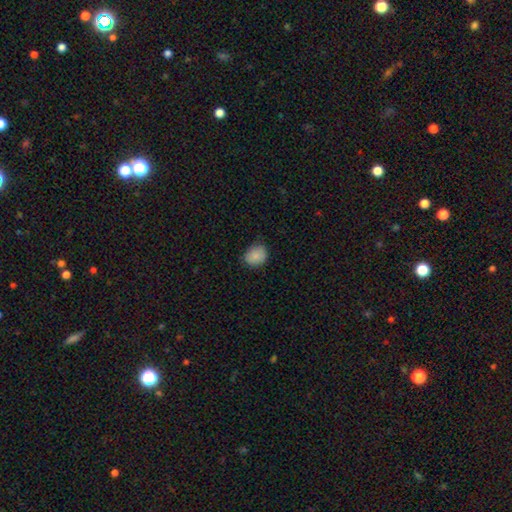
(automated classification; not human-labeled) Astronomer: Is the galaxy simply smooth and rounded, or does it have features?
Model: smooth — 86%.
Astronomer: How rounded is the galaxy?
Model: round — 58% (runner-up: in between, 41%).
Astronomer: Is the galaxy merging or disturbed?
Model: none — 71%.